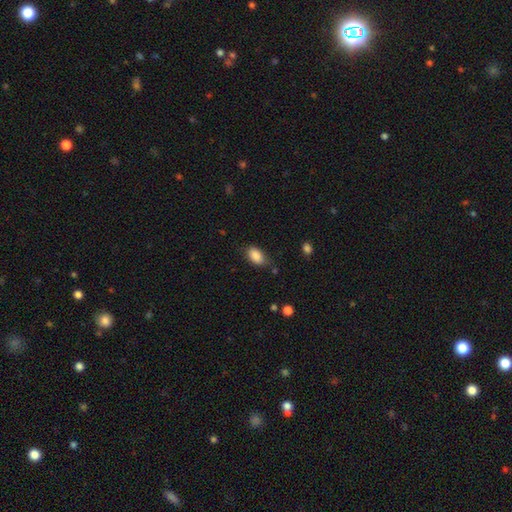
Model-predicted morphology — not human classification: smooth 86%, star or artifact 8%, featured or disk 6%. Down the decision tree: how rounded — in between (92%); merging — none (74%).